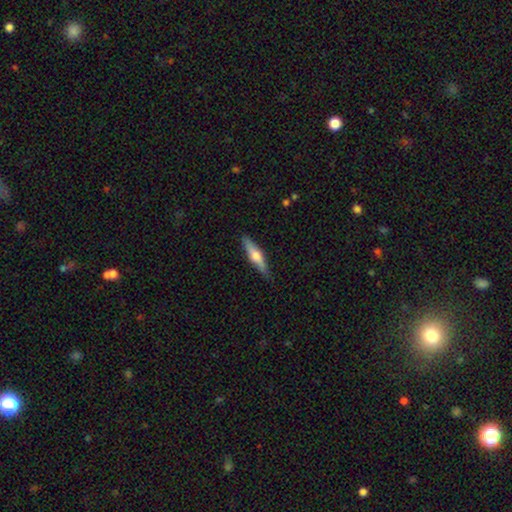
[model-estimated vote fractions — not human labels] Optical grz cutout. It shows a featured or disk galaxy (49%). Merging: none (88%).